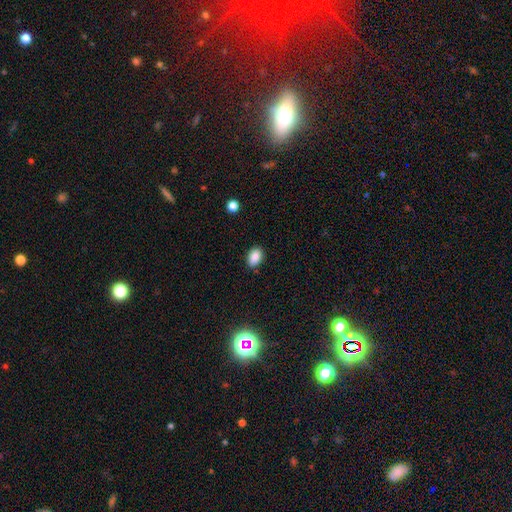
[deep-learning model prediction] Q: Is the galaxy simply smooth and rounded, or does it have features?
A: smooth — 87%.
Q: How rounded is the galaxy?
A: in between — 85%.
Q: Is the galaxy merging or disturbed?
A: none — 84%.